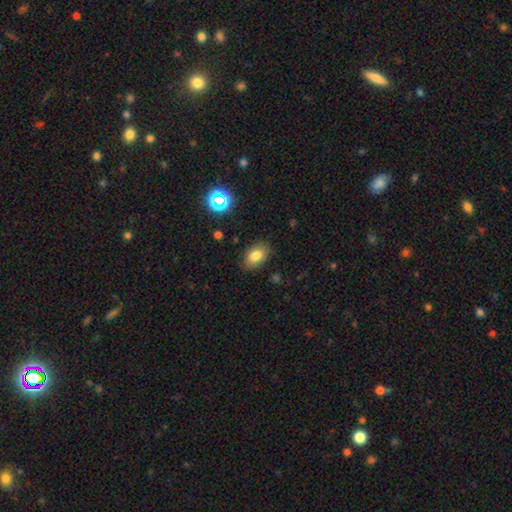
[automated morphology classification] smooth 80%, star or artifact 10%, featured or disk 10%. Down the decision tree: how rounded — in between (87%); merging — none (83%).